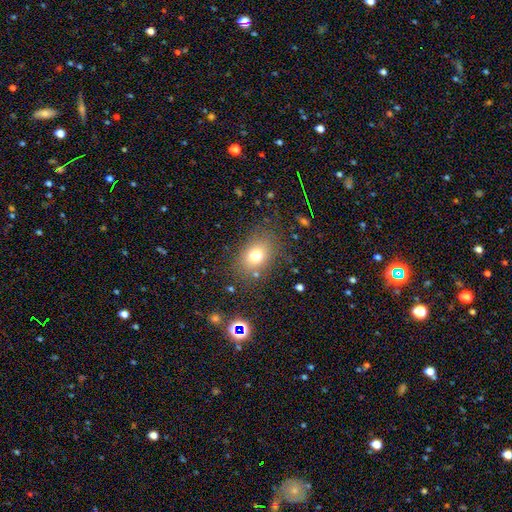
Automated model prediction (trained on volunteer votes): Smooth or featured: smooth — 73% (star or artifact — 14%)
How rounded: in between — 66% (round — 33%)
Merging: none — 78% (minor disturbance — 13%)